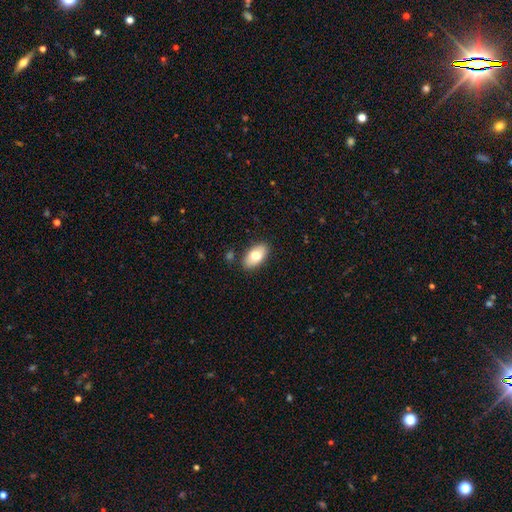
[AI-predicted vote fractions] A smooth galaxy with no disk features (76%) that is in between round and cigar-shaped (93%). Merging: none (85%).